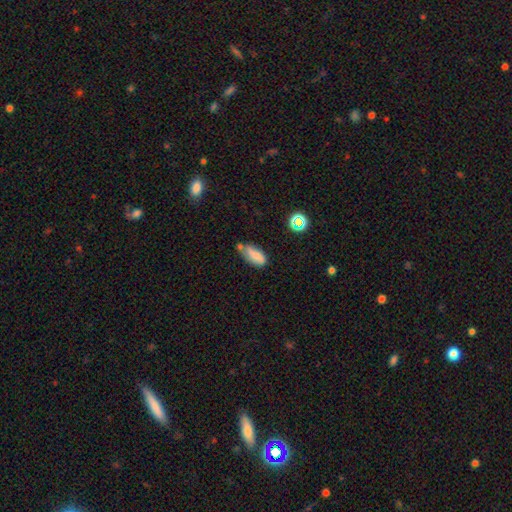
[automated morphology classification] Smooth or featured?
  - smooth: 71% *
  - featured or disk: 18%
  - star or artifact: 11%
How rounded?
  - in between: 86% *
  - cigar-shaped: 11%
  - round: 3%
Merging?
  - none: 43% *
  - minor disturbance: 32%
  - merger: 17%
  - major disturbance: 9%